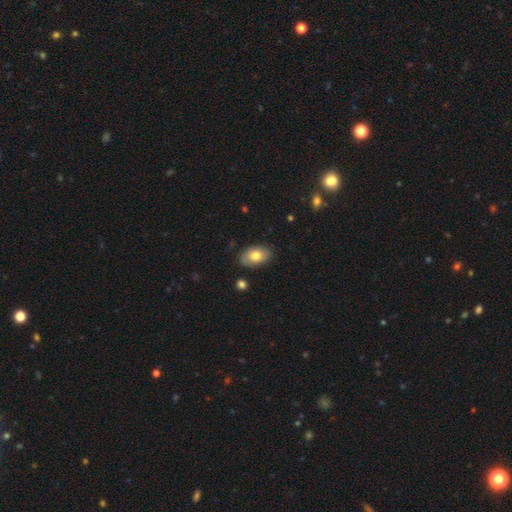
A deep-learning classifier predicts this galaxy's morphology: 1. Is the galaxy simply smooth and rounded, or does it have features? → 75% smooth, 18% featured or disk, 7% star or artifact.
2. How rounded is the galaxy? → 89% in between, 9% round, 1% cigar-shaped.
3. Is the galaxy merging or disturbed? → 84% none, 12% minor disturbance, 2% major disturbance, 2% merger.